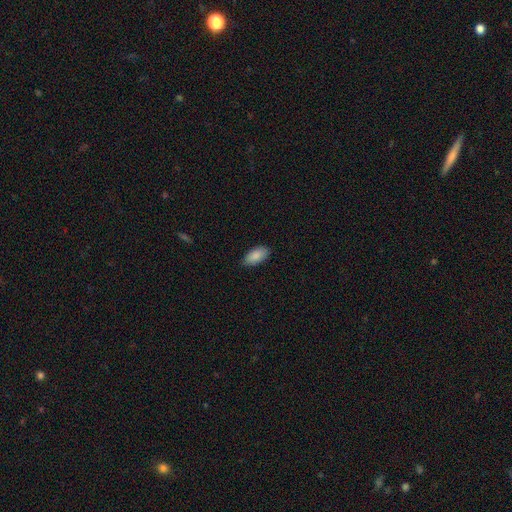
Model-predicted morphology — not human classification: A smooth galaxy with no disk features (89%) that is in between round and cigar-shaped (94%).

Vote fractions:
- Smooth or featured? smooth: 89% / star or artifact: 6% / featured or disk: 5%
- How rounded? in between: 94% / cigar-shaped: 4% / round: 2%
- Merging? none: 85% / minor disturbance: 12% / major disturbance: 2% / merger: 1%